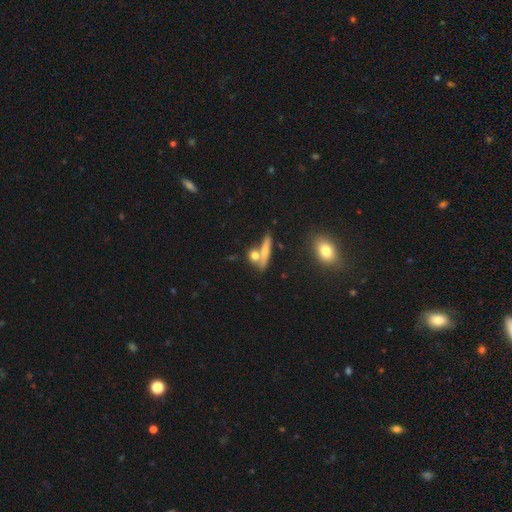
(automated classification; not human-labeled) Overall: smooth (62%; featured or disk 27%). How rounded: cigar-shaped (43%; round 31%). Merging: none (56%; merger 28%).